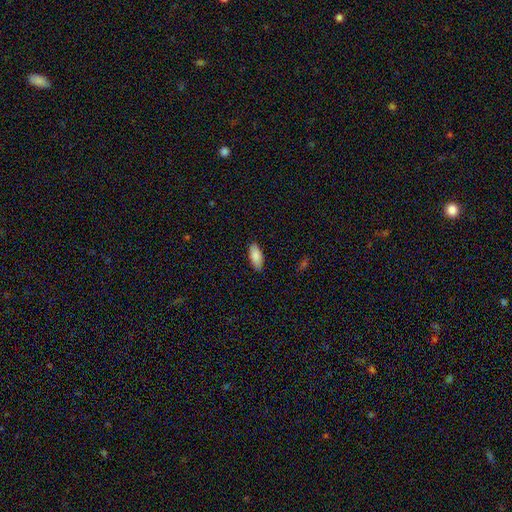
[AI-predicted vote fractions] A smooth galaxy with no disk features (88%) that is in between round and cigar-shaped (84%).

Vote fractions:
- Smooth or featured? smooth: 88% / featured or disk: 6% / star or artifact: 6%
- How rounded? in between: 84% / cigar-shaped: 14% / round: 2%
- Merging? none: 85% / minor disturbance: 12% / major disturbance: 2% / merger: 1%